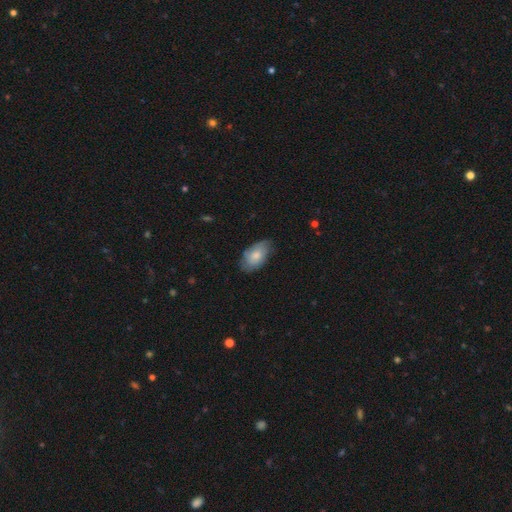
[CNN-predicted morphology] smooth 72%, featured or disk 22%, star or artifact 6%. Down the decision tree: how rounded — in between (93%); merging — none (68%).